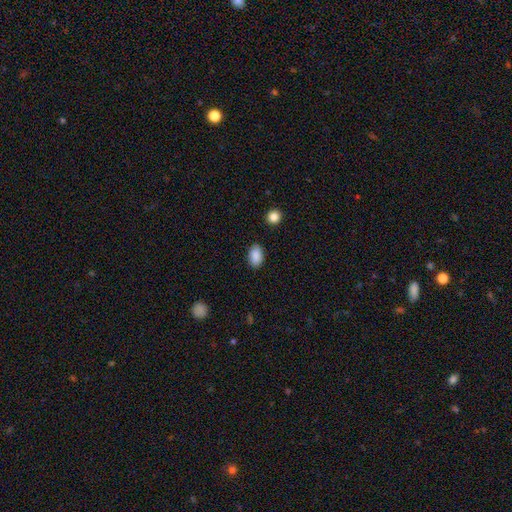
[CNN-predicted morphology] Smooth or featured: smooth — 89% (star or artifact — 8%)
How rounded: in between — 90% (round — 9%)
Merging: none — 86% (minor disturbance — 10%)